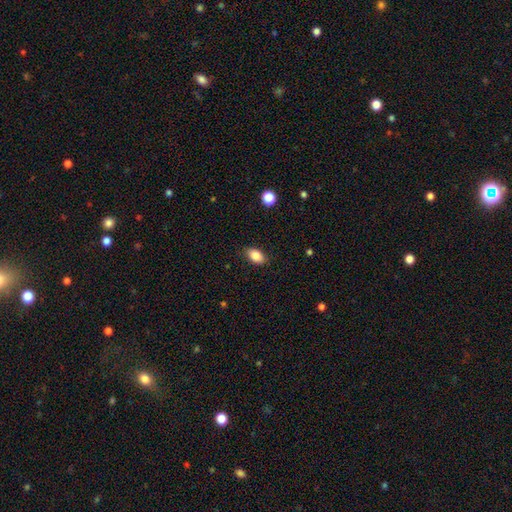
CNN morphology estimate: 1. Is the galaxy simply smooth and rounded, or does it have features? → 86% smooth, 8% star or artifact, 6% featured or disk.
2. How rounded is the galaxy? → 90% in between, 8% round, 2% cigar-shaped.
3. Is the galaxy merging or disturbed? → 86% none, 10% minor disturbance, 2% major disturbance, 1% merger.